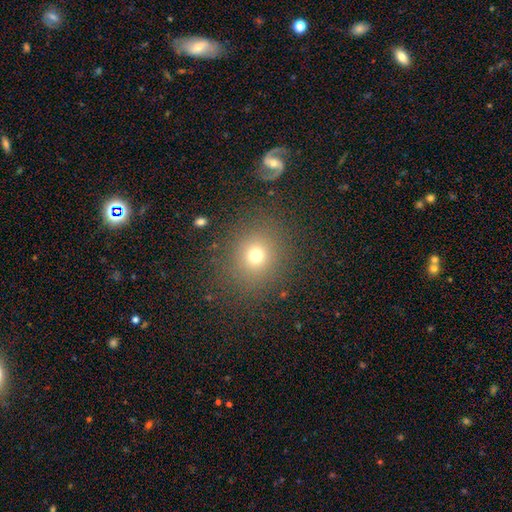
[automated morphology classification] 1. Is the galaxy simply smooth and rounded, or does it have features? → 70% smooth, 20% star or artifact, 10% featured or disk.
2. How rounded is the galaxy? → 82% round, 17% in between, 1% cigar-shaped.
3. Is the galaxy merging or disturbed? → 86% none, 8% minor disturbance, 5% major disturbance, 1% merger.